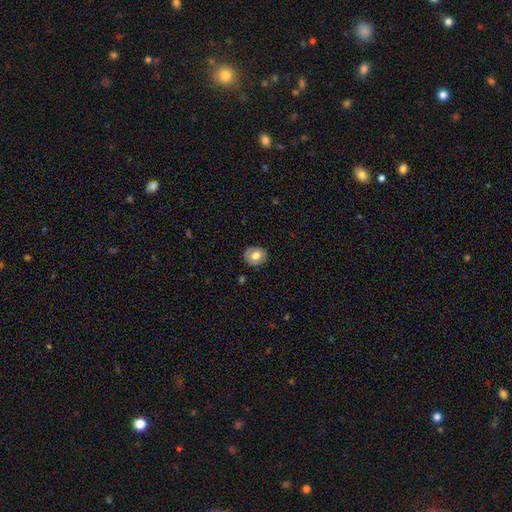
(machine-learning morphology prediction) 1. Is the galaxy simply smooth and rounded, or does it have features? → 72% smooth, 20% featured or disk, 8% star or artifact.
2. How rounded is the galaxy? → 76% round, 23% in between, 1% cigar-shaped.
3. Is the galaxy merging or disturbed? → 86% none, 10% minor disturbance, 2% major disturbance, 1% merger.